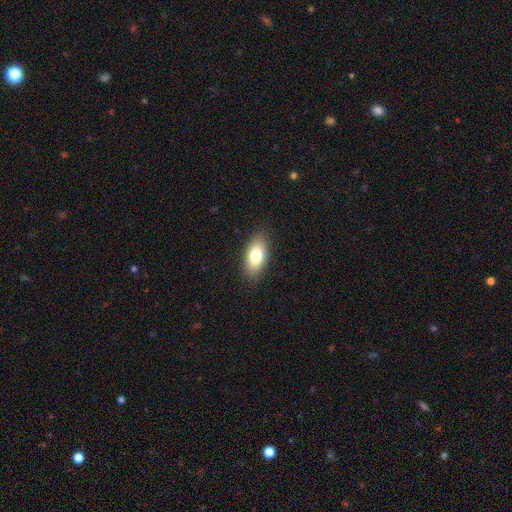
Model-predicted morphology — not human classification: Smooth or featured?
  - smooth: 77% *
  - featured or disk: 15%
  - star or artifact: 8%
How rounded?
  - in between: 88% *
  - cigar-shaped: 7%
  - round: 4%
Merging?
  - none: 88% *
  - minor disturbance: 9%
  - major disturbance: 2%
  - merger: 1%